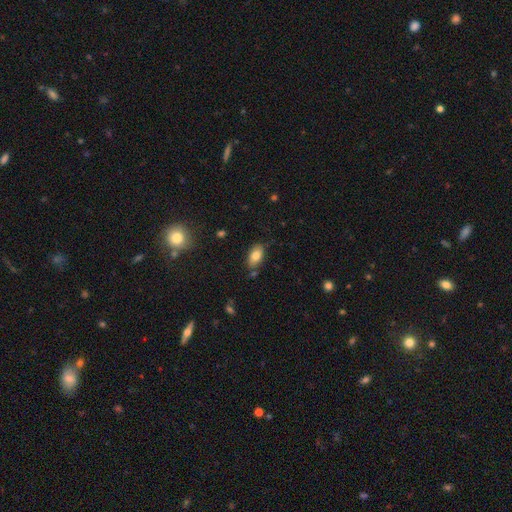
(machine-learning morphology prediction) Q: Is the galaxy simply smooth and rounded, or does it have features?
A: smooth — 81%.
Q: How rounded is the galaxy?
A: in between — 92%.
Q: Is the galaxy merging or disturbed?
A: none — 78%.